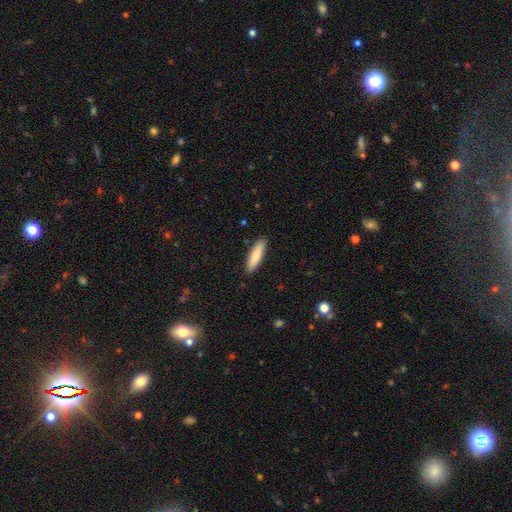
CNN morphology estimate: Smooth or featured: smooth — 79% (featured or disk — 15%)
How rounded: cigar-shaped — 76% (in between — 23%)
Merging: none — 89% (minor disturbance — 8%)